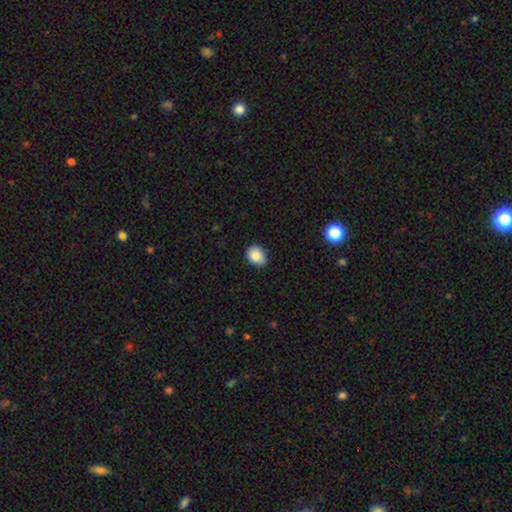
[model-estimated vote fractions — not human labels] This appears to be a smooth galaxy with no disk features (86%) that is in between round and cigar-shaped (51%). Merging: none (78%).